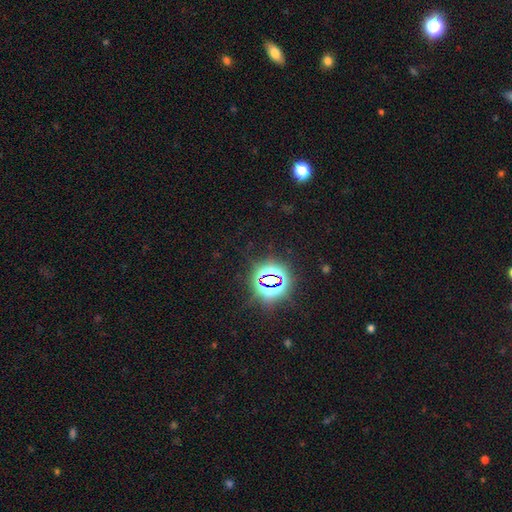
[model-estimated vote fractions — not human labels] This is clearly a star or artifact rather than a galaxy (81%).